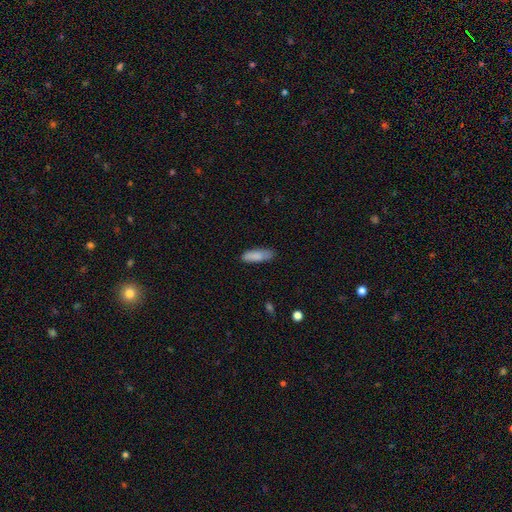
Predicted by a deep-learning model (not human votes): Smooth or featured? Predicted: smooth (p=0.84). How rounded? Predicted: in between (p=0.55). Merging? Predicted: none (p=0.76).